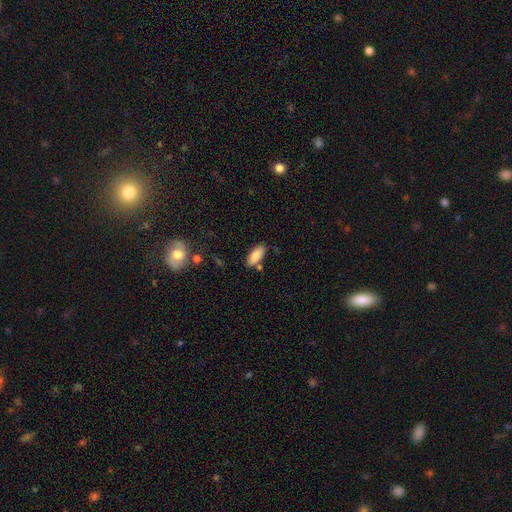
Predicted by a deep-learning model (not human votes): Q: Smooth or featured?
A: smooth (87%); runner-up: star or artifact (7%)
Q: How rounded?
A: in between (86%); runner-up: cigar-shaped (12%)
Q: Merging?
A: none (76%); runner-up: minor disturbance (14%)